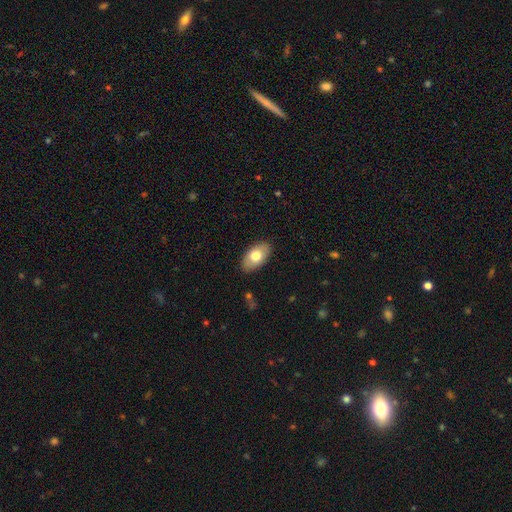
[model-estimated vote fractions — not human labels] smooth 71%, featured or disk 23%, star or artifact 6%. Down the decision tree: how rounded — in between (94%); merging — none (86%).